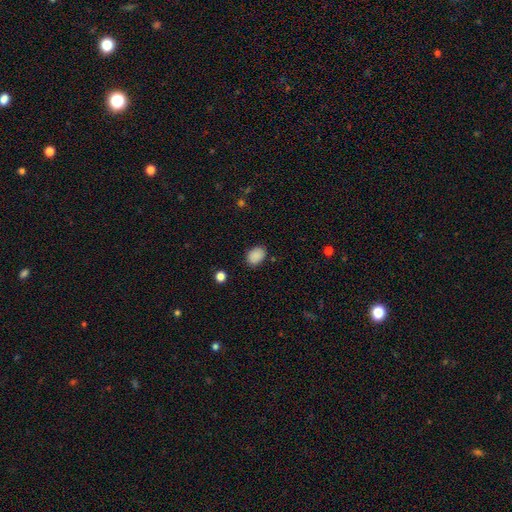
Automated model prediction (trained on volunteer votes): Overall: smooth (88%). How rounded: in between (71%). Merging: none (83%).